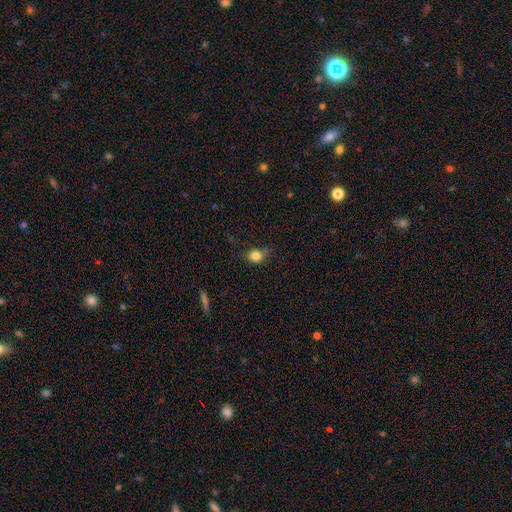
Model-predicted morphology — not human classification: Smooth or featured?
  - smooth: 82% *
  - star or artifact: 11%
  - featured or disk: 6%
How rounded?
  - round: 61% *
  - in between: 38%
  - cigar-shaped: 1%
Merging?
  - none: 66% *
  - minor disturbance: 23%
  - major disturbance: 6%
  - merger: 6%